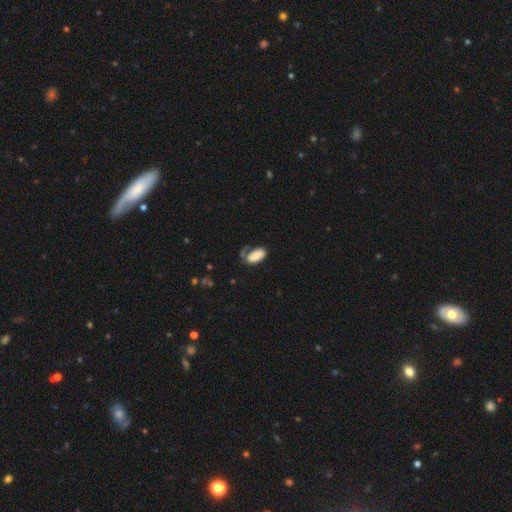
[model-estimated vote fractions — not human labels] smooth_or_featured: smooth (p=0.80) [alt: featured or disk p=0.12]
how_rounded: in between (p=0.92) [alt: cigar-shaped p=0.05]
merging: none (p=0.47) [alt: minor disturbance p=0.23]